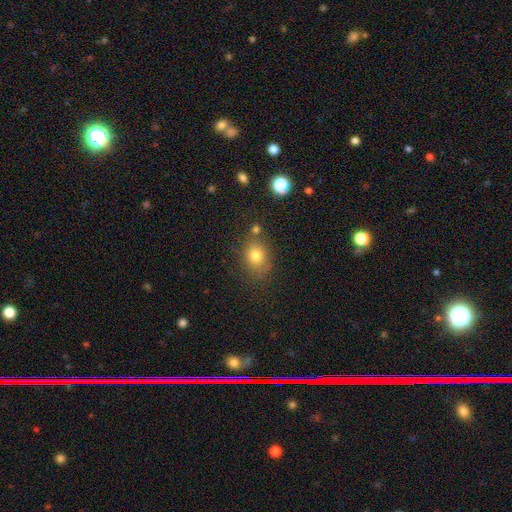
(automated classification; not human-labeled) Morphology: type=smooth (78%); roundness=in between (51%); merging=none (72%).